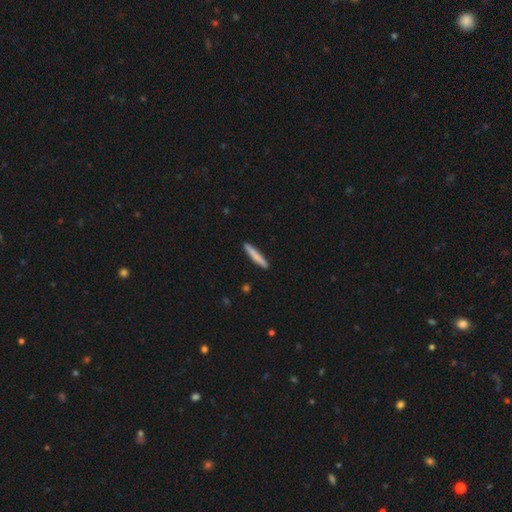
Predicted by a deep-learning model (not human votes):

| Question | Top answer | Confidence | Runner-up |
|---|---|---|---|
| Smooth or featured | smooth | 78% | featured or disk (17%) |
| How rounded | cigar-shaped | 94% | in between (5%) |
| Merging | none | 91% | minor disturbance (7%) |